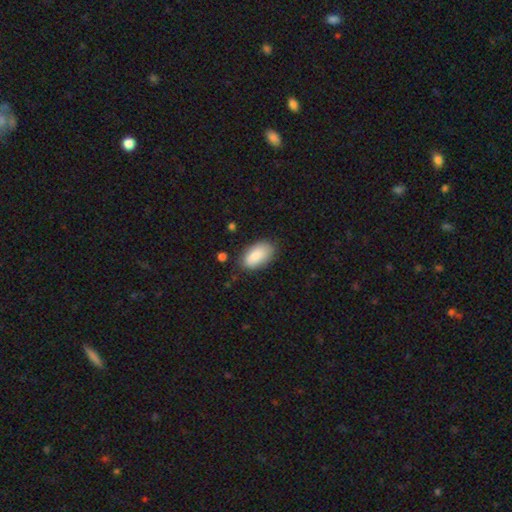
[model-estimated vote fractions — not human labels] This appears to be a smooth galaxy with no disk features (87%) that is in between round and cigar-shaped (95%). Merging: none (79%).